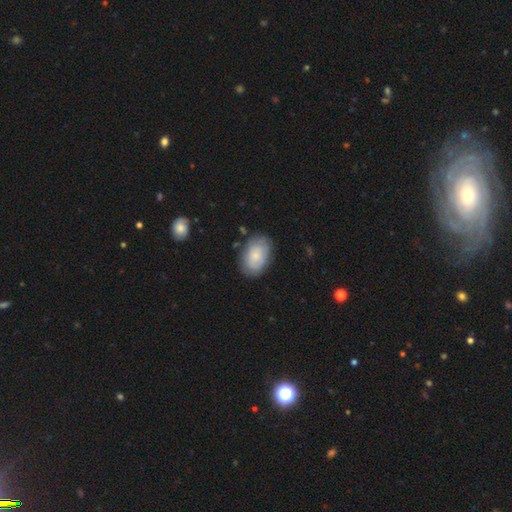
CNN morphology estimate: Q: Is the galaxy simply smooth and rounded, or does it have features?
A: smooth — 70%.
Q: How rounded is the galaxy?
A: in between — 89%.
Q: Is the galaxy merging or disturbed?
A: none — 77%.